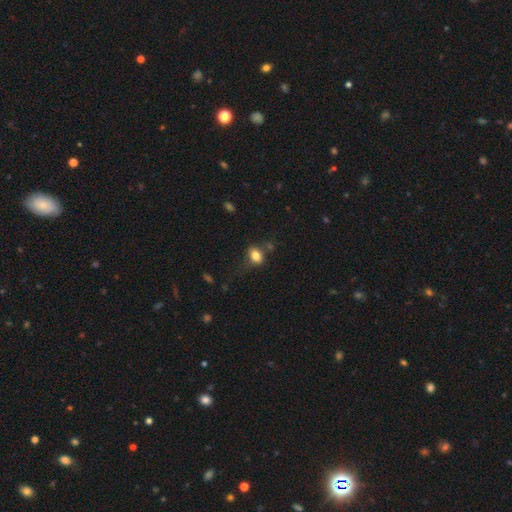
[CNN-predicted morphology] Smooth or featured?
  - smooth: 80% *
  - star or artifact: 11%
  - featured or disk: 9%
How rounded?
  - in between: 65% *
  - round: 34%
  - cigar-shaped: 2%
Merging?
  - none: 65% *
  - minor disturbance: 23%
  - major disturbance: 8%
  - merger: 5%